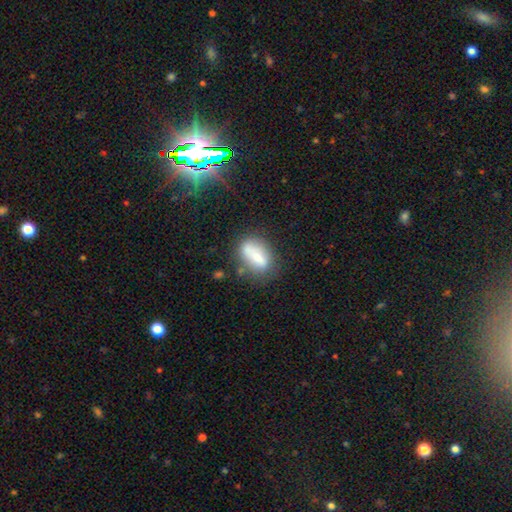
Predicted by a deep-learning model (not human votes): Smooth or featured? smooth (67%)
How rounded? in between (78%)
Merging? none (57%)